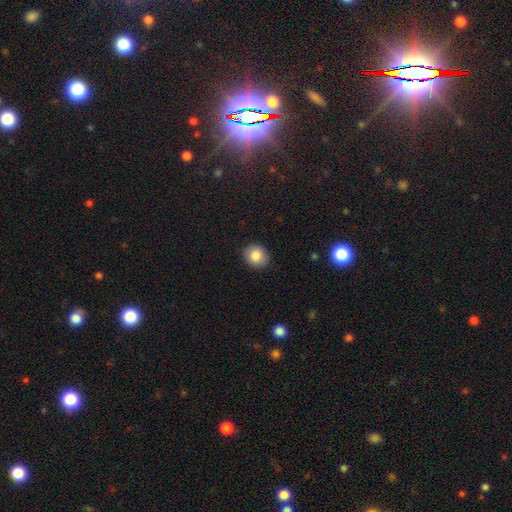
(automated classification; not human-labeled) Q: Smooth or featured?
A: smooth (85%); runner-up: star or artifact (9%)
Q: How rounded?
A: round (72%); runner-up: in between (27%)
Q: Merging?
A: none (90%); runner-up: minor disturbance (7%)